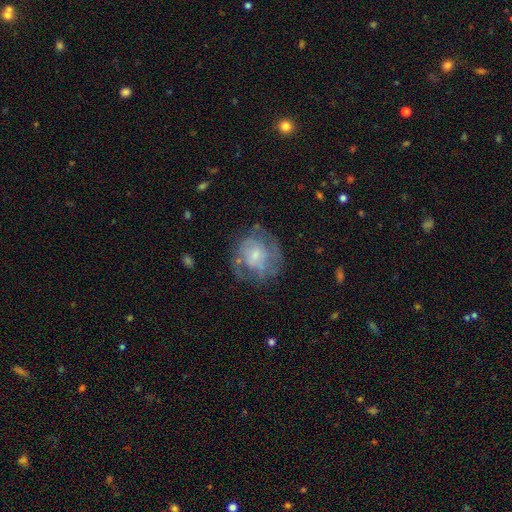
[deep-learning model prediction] A featured or disk galaxy (61%) with no bar (65%), spiral arms (57%) and a small central bulge (54%). Merging: none (58%).